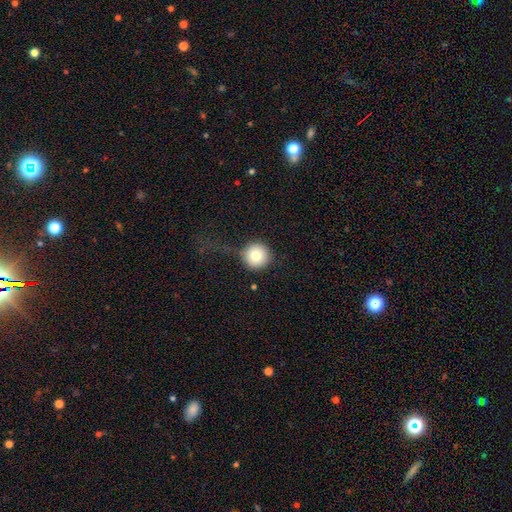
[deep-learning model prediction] A smooth galaxy with no disk features (79%) that is round (96%).

Vote fractions:
- Smooth or featured? smooth: 79% / featured or disk: 11% / star or artifact: 10%
- How rounded? round: 96% / in between: 3% / cigar-shaped: 1%
- Merging? none: 73% / minor disturbance: 14% / major disturbance: 10% / merger: 3%